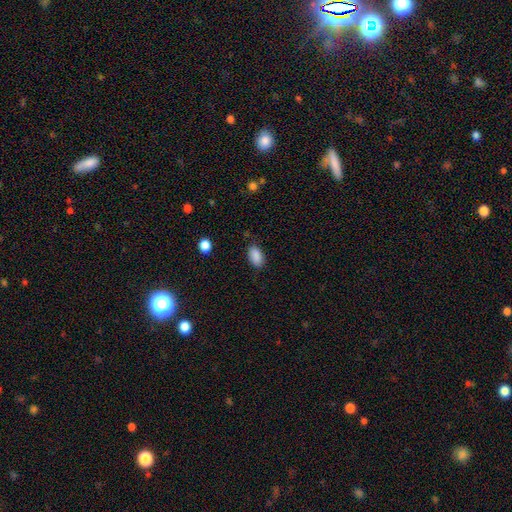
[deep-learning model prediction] This is clearly a smooth galaxy (88%). How rounded: clearly in between (92%). Merging: clearly none (81%).